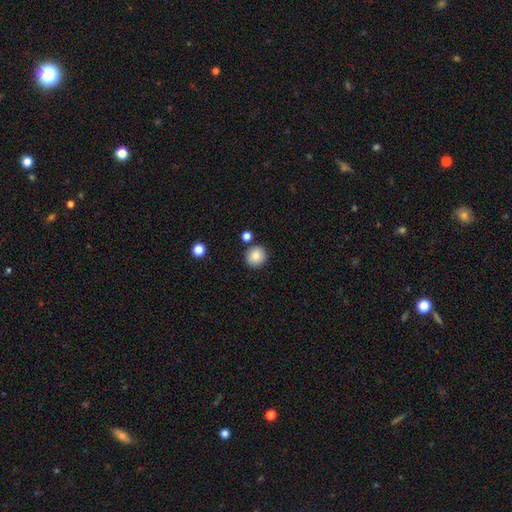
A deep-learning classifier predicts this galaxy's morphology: smooth_or_featured: smooth (p=0.85) [alt: star or artifact p=0.09]
how_rounded: round (p=0.91) [alt: in between p=0.08]
merging: none (p=0.86) [alt: minor disturbance p=0.07]